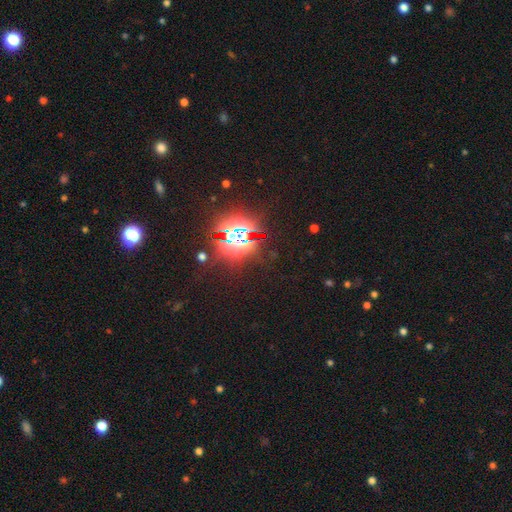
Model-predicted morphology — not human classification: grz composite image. It shows a star or artifact, not a galaxy (86%).